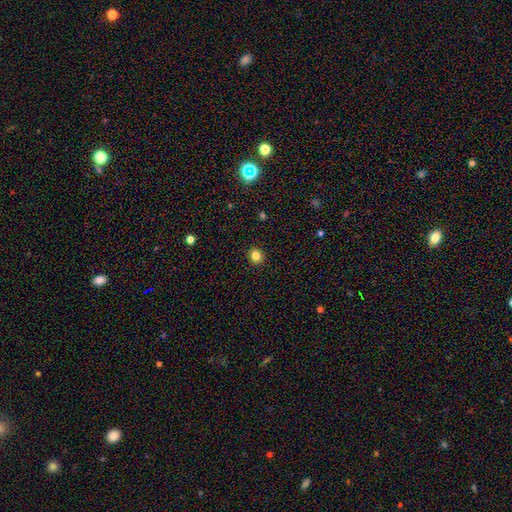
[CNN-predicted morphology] Overall: smooth (82%). How rounded: round (89%). Merging: none (93%).